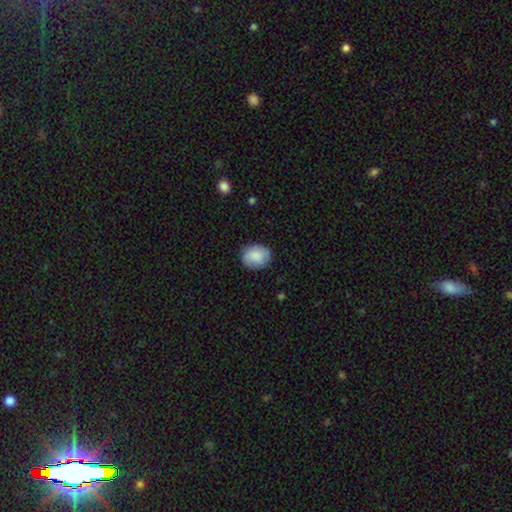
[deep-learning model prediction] This is clearly a smooth galaxy (87%). How rounded: possibly round (55%). Merging: clearly none (84%).